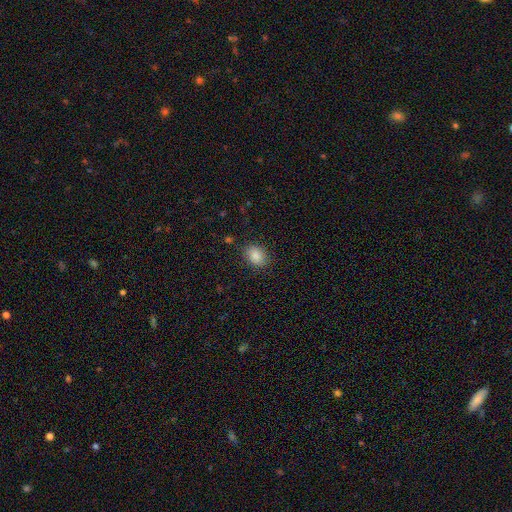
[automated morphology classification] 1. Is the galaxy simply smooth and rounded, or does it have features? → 87% smooth, 9% star or artifact, 4% featured or disk.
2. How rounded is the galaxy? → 62% in between, 37% round, 1% cigar-shaped.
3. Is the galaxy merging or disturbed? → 85% none, 10% minor disturbance, 3% major disturbance, 1% merger.